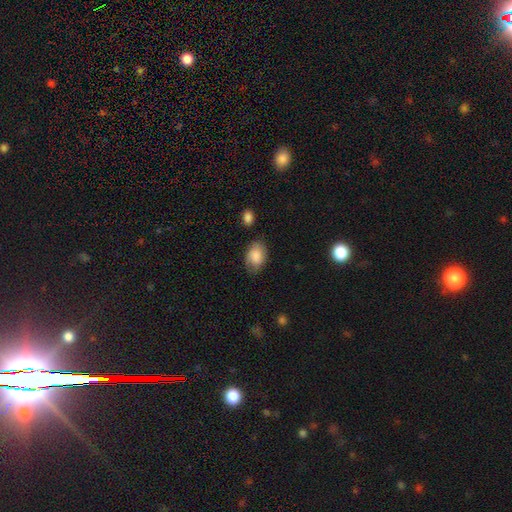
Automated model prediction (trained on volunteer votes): smooth-or-featured: smooth: 82% | featured or disk: 11% | star or artifact: 7%
  how-rounded: in between: 86% | round: 13% | cigar-shaped: 1%
  merging: none: 70% | minor disturbance: 22% | major disturbance: 5% | merger: 3%